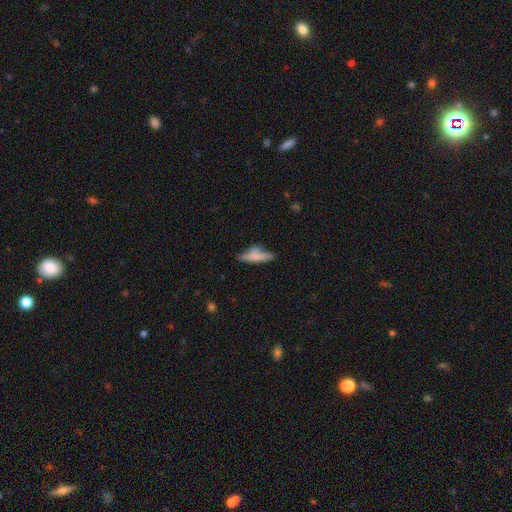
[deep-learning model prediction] smooth_or_featured: smooth (p=0.61) [alt: featured or disk p=0.31]
how_rounded: cigar-shaped (p=0.72) [alt: in between p=0.25]
merging: none (p=0.54) [alt: minor disturbance p=0.24]